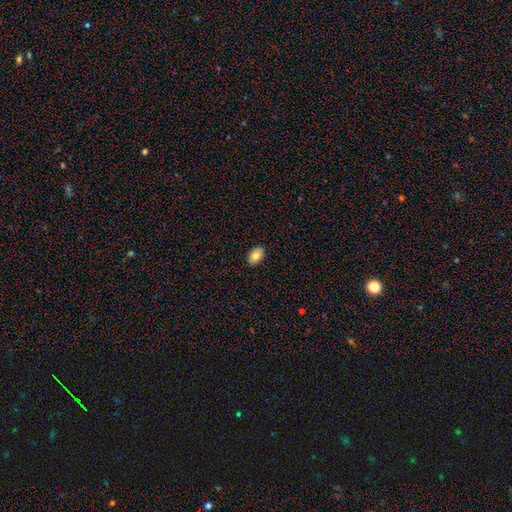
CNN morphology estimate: smooth_or_featured: smooth (p=0.79) [alt: featured or disk p=0.14]
how_rounded: in between (p=0.88) [alt: round p=0.11]
merging: none (p=0.90) [alt: minor disturbance p=0.07]